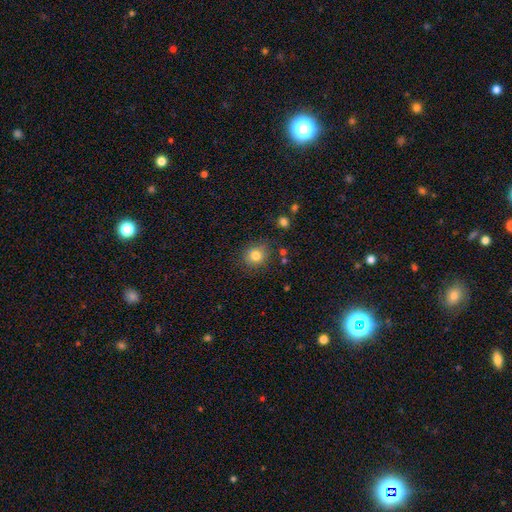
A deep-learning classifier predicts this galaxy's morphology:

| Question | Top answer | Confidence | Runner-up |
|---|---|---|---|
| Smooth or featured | smooth | 80% | star or artifact (12%) |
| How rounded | round | 81% | in between (18%) |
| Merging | none | 82% | minor disturbance (12%) |